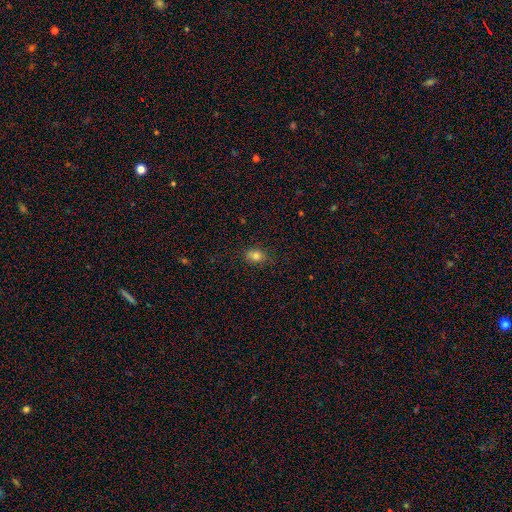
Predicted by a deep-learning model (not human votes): smooth 81%, star or artifact 12%, featured or disk 7%. Down the decision tree: how rounded — in between (64%); merging — none (81%).